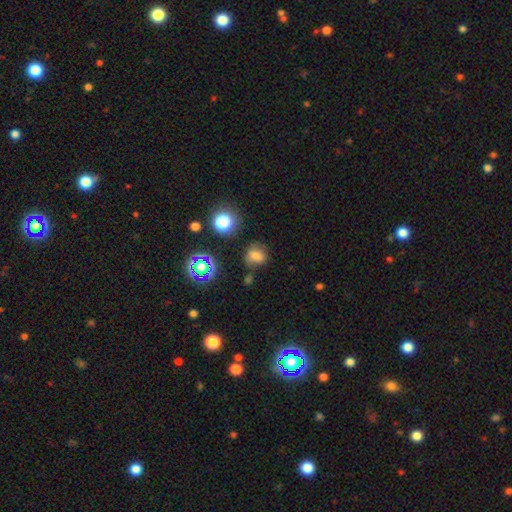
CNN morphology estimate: A smooth galaxy with no disk features (71%) that is round (66%). Merging: none (71%).